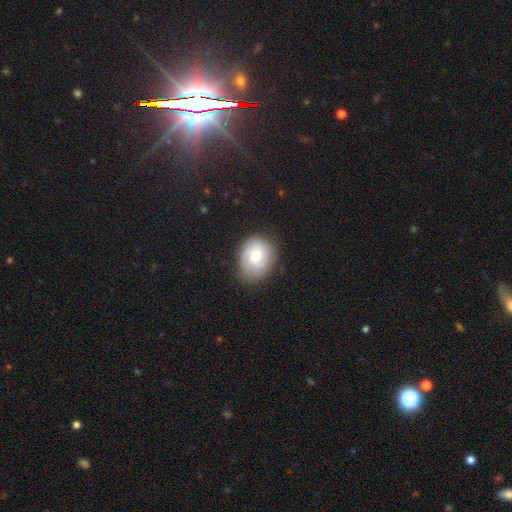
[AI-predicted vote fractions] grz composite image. It shows a smooth galaxy with no disk features (50%). Merging: none (77%).